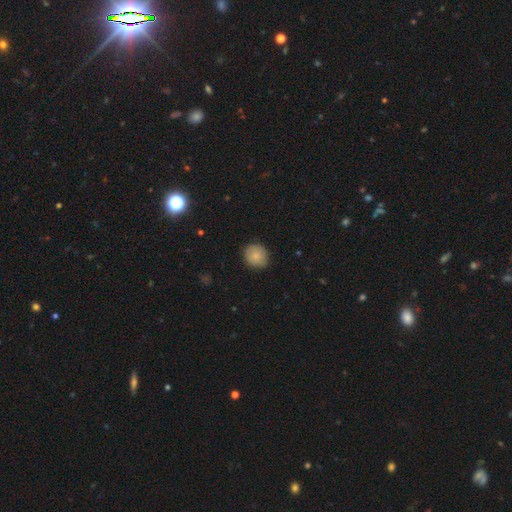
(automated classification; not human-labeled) A smooth galaxy with no disk features (84%) that is round (79%).

Vote fractions:
- Smooth or featured? smooth: 84% / featured or disk: 8% / star or artifact: 8%
- How rounded? round: 79% / in between: 20% / cigar-shaped: 1%
- Merging? none: 83% / minor disturbance: 13% / major disturbance: 3% / merger: 1%